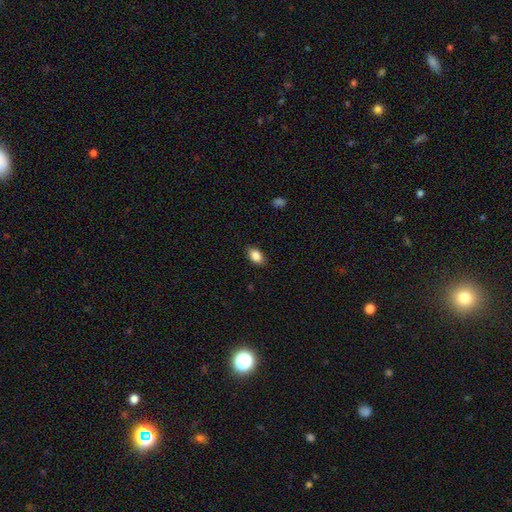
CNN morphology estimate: smooth-or-featured: smooth: 88% | star or artifact: 8% | featured or disk: 4%
  how-rounded: in between: 88% | round: 10% | cigar-shaped: 2%
  merging: none: 87% | minor disturbance: 10% | major disturbance: 2% | merger: 1%